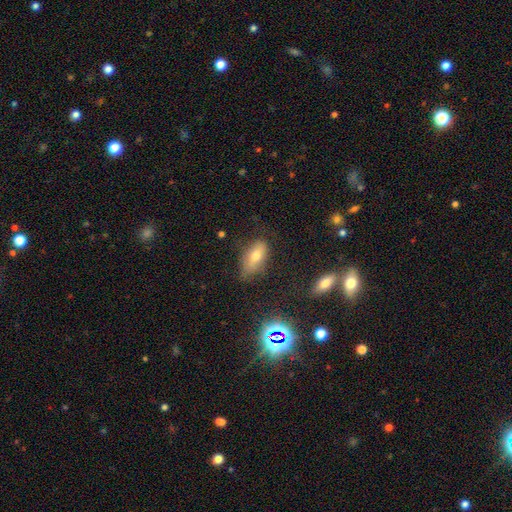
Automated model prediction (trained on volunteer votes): Smooth or featured? Predicted: smooth (p=0.67). How rounded? Predicted: in between (p=0.87). Merging? Predicted: none (p=0.64).